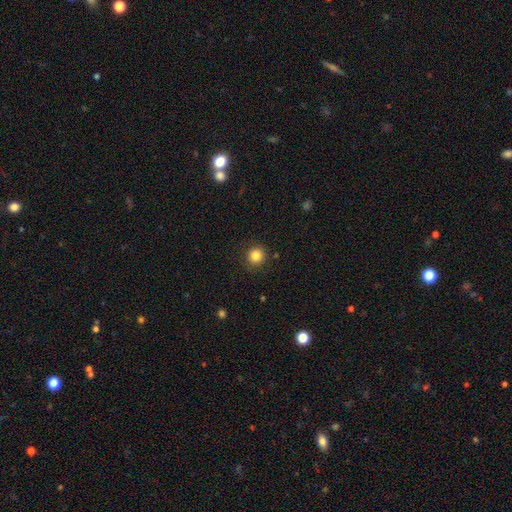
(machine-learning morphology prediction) A smooth galaxy with no disk features (84%) that is round (92%).

Vote fractions:
- Smooth or featured? smooth: 84% / star or artifact: 11% / featured or disk: 5%
- How rounded? round: 92% / in between: 8% / cigar-shaped: 1%
- Merging? none: 89% / minor disturbance: 7% / major disturbance: 2% / merger: 1%